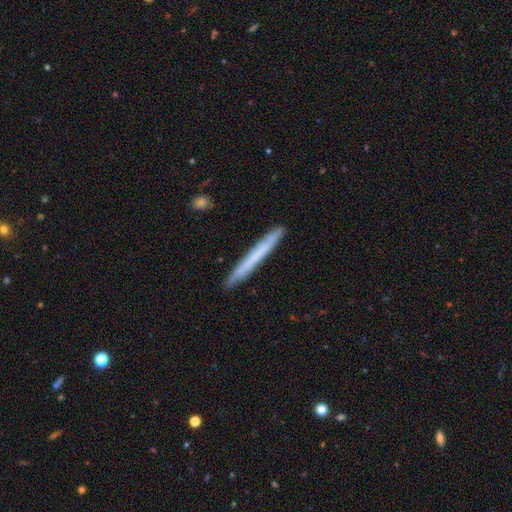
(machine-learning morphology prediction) Smooth or featured? smooth (58%)
How rounded? cigar-shaped (97%)
Merging? none (90%)